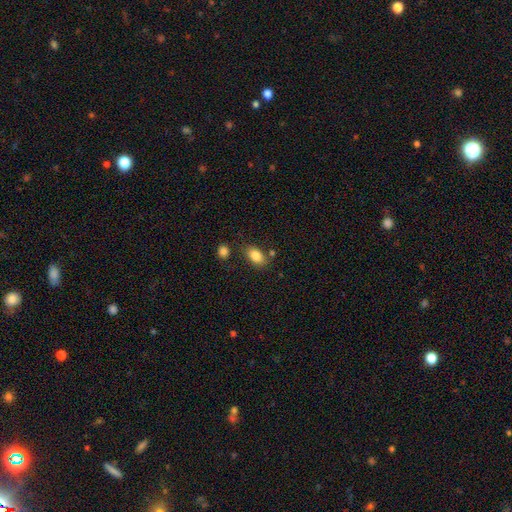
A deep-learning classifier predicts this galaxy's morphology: This is clearly a smooth galaxy (84%). How rounded: clearly in between (88%). Merging: likely none (74%).